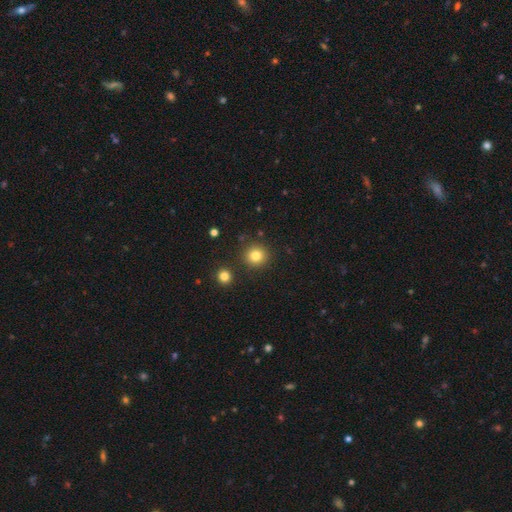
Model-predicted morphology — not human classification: Smooth or featured? smooth (82%)
How rounded? round (92%)
Merging? none (88%)